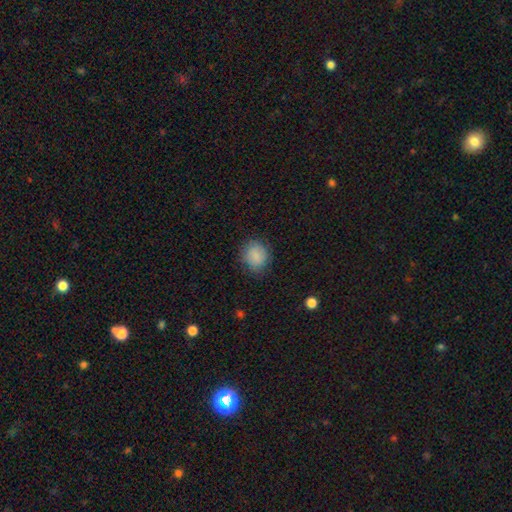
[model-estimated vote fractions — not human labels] The model was most divided on "how rounded": round: 72%, in between: 27%, cigar-shaped: 1%. More confident: smooth or featured — smooth (86%); merging — none (80%).